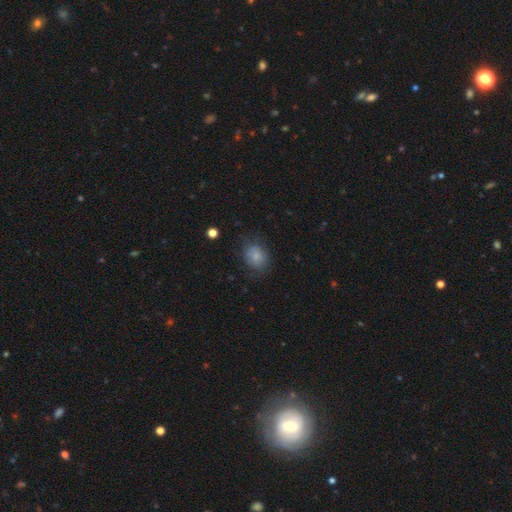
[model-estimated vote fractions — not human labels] A smooth galaxy with no disk features (82%) that is round (52%).

Vote fractions:
- Smooth or featured? smooth: 82% / star or artifact: 9% / featured or disk: 9%
- How rounded? round: 52% / in between: 47% / cigar-shaped: 1%
- Merging? none: 70% / minor disturbance: 21% / major disturbance: 8% / merger: 2%